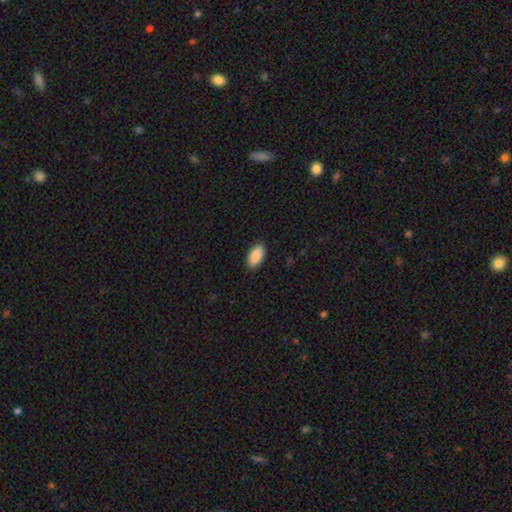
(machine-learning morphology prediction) Smooth or featured? smooth (90%)
How rounded? in between (95%)
Merging? none (89%)